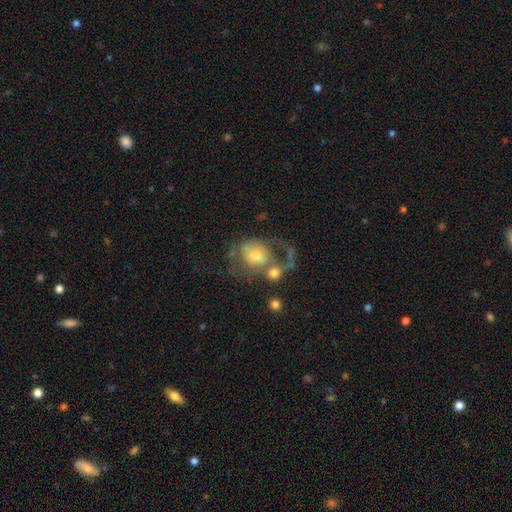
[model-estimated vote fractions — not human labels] A featured or disk galaxy (56%) with no bar (71%), spiral arms (65%) and a moderate central bulge (45%).

Vote fractions:
- Smooth or featured? featured or disk: 56% / smooth: 34% / star or artifact: 10%
- Edge-on disk? no: 97% / yes: 3%
- Bar? no: 71% / weak: 24% / strong: 5%
- Spiral arms? yes: 65% / no: 35%
- Bulge size? moderate: 45% / large: 22% / small: 21% / none: 8% / dominant: 4%
- Merging? major disturbance: 38% / merger: 25% / none: 24% / minor disturbance: 14%